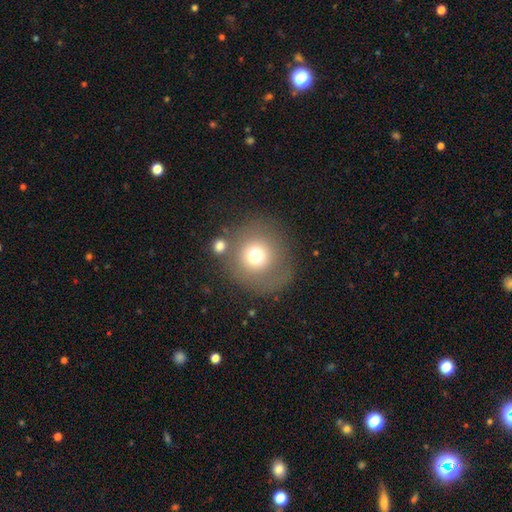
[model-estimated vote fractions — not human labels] Smooth or featured? Predicted: smooth (p=0.70). How rounded? Predicted: round (p=0.92). Merging? Predicted: none (p=0.72).